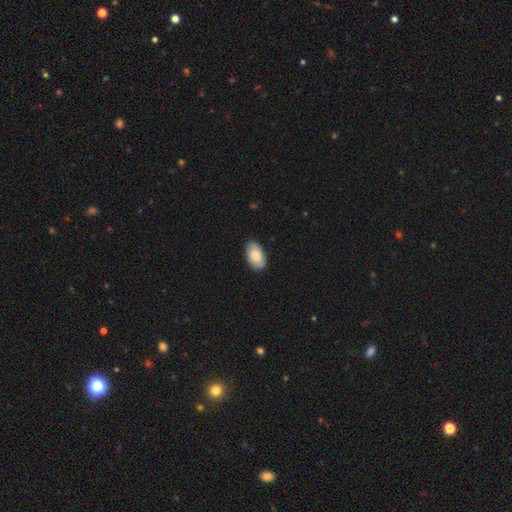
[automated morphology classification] type=smooth (82%); roundness=in between (95%); merging=none (84%).